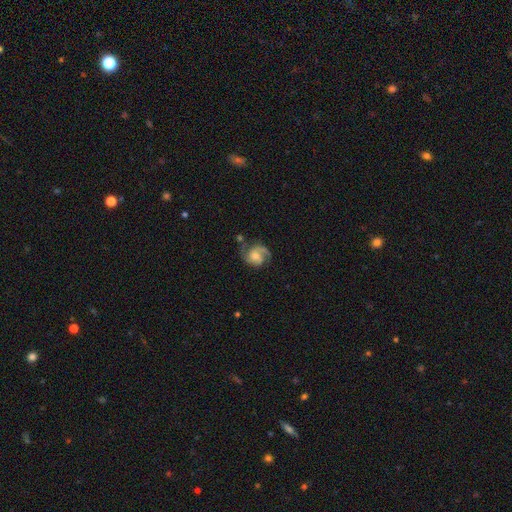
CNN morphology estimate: Smooth or featured? Predicted: featured or disk (p=0.78). Edge-on disk? Predicted: no (p=0.98). Bar? Predicted: no (p=0.63). Spiral arms? Predicted: yes (p=0.95). Spiral winding? Predicted: medium (p=0.50). Spiral arm count? Predicted: 2 (p=0.72). Bulge size? Predicted: moderate (p=0.40). Merging? Predicted: none (p=0.58).